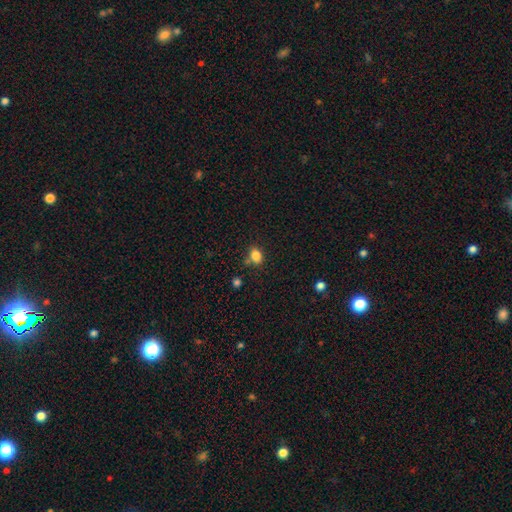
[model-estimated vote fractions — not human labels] smooth 83%, star or artifact 11%, featured or disk 6%. Down the decision tree: how rounded — in between (65%); merging — none (68%).